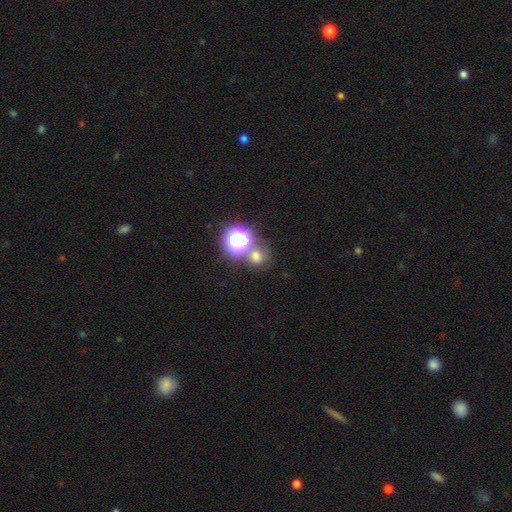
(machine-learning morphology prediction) Smooth or featured: smooth — 64% (star or artifact — 27%)
How rounded: round — 82% (in between — 17%)
Merging: none — 61% (merger — 26%)